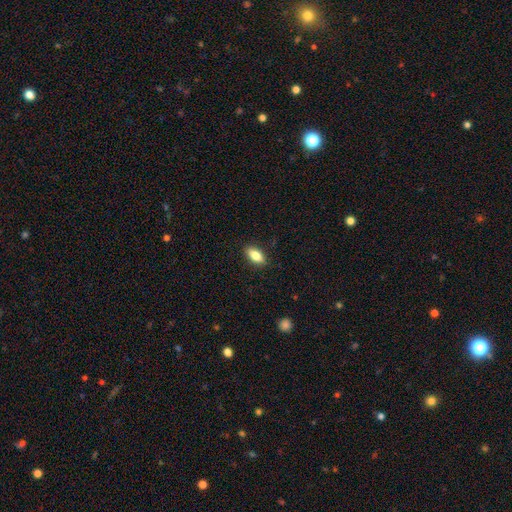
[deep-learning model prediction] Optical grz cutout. It shows a smooth galaxy with no disk features (81%) that is in between round and cigar-shaped (87%). Merging: none (88%).